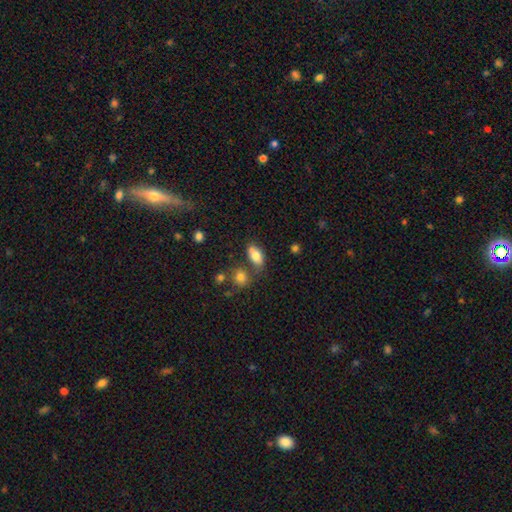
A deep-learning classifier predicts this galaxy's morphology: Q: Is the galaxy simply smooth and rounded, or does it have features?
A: smooth — 78%.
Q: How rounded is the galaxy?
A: in between — 87%.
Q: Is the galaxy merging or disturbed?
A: none — 57%.